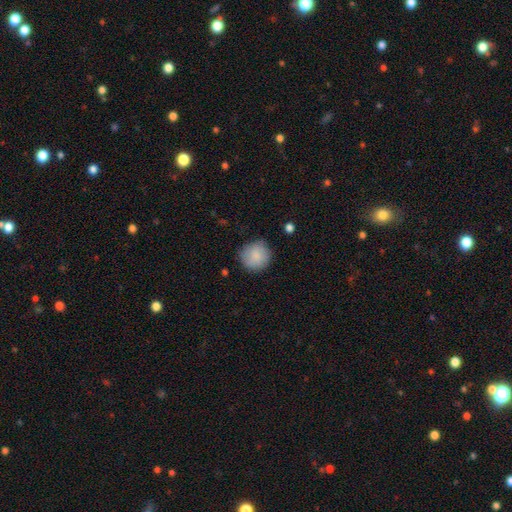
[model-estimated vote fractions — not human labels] Smooth or featured? Predicted: smooth (p=0.87). How rounded? Predicted: round (p=0.93). Merging? Predicted: none (p=0.84).